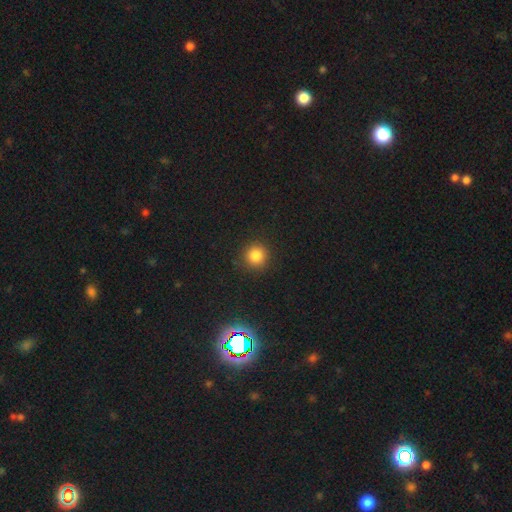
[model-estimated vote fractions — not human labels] Smooth or featured? smooth (82%)
How rounded? round (93%)
Merging? none (90%)